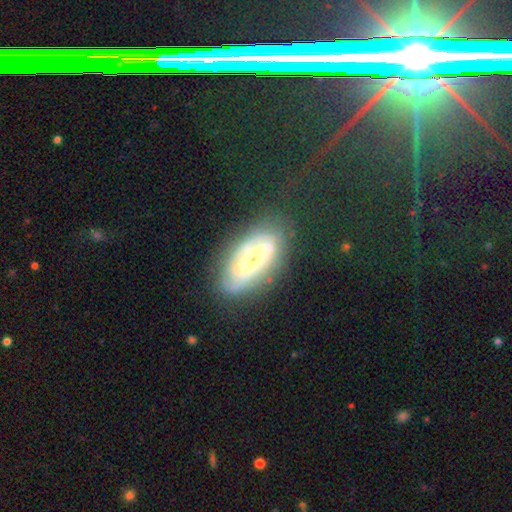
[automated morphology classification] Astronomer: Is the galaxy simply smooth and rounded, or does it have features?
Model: featured or disk — 75%.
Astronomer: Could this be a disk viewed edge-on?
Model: no — 87%.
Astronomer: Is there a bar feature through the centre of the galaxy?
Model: strong — 42% (runner-up: weak, 35%).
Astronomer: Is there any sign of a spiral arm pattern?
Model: yes — 86%.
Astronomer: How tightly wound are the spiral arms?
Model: tight — 60%.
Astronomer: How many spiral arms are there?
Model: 2 — 41% (runner-up: can't tell, 38%).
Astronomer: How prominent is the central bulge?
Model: moderate — 46% (runner-up: small, 42%).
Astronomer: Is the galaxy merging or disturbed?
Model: none — 75%.